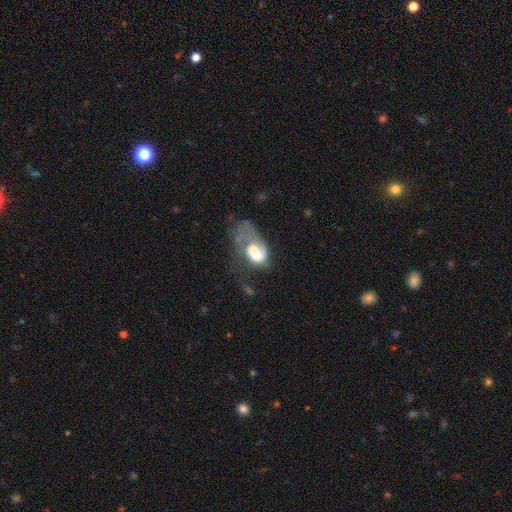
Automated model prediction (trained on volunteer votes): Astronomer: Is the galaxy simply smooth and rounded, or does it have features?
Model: featured or disk — 50% (runner-up: smooth, 42%).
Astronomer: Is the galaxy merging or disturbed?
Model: major disturbance — 55%.